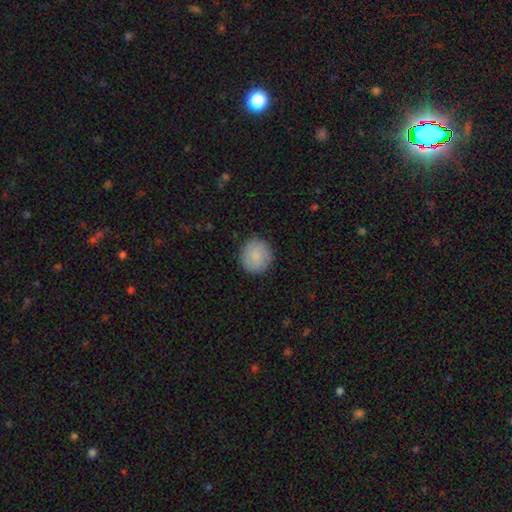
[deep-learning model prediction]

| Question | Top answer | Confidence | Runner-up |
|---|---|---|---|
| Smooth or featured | smooth | 86% | featured or disk (8%) |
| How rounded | round | 91% | in between (8%) |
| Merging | none | 89% | minor disturbance (8%) |